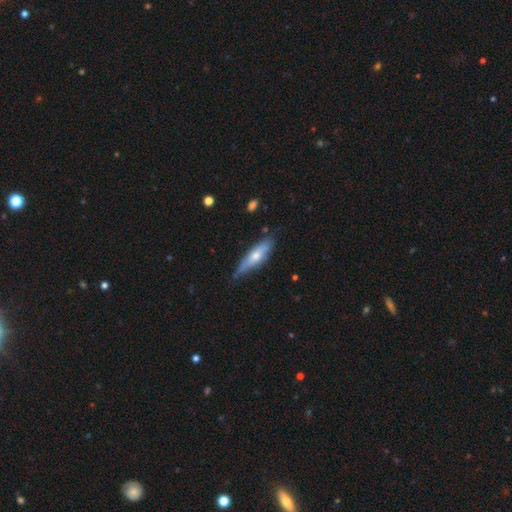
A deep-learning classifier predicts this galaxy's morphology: smooth 54%, featured or disk 40%, star or artifact 6%. Down the decision tree: how rounded — cigar-shaped (66%); merging — none (69%).